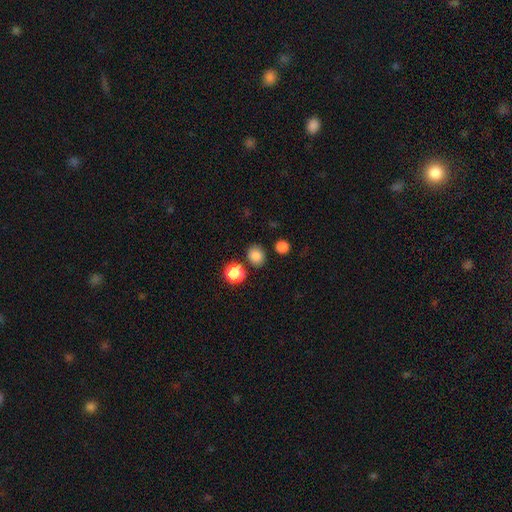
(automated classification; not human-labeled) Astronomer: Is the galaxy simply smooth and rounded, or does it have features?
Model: smooth — 83%.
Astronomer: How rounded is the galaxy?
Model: round — 67%.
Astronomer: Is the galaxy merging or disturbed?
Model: none — 82%.